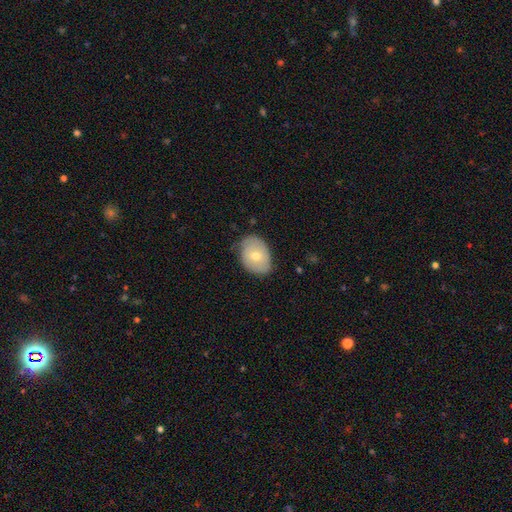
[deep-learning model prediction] The model was most divided on "smooth or featured": smooth: 66%, featured or disk: 27%, star or artifact: 7%. More confident: how rounded — in between (75%); merging — none (69%).